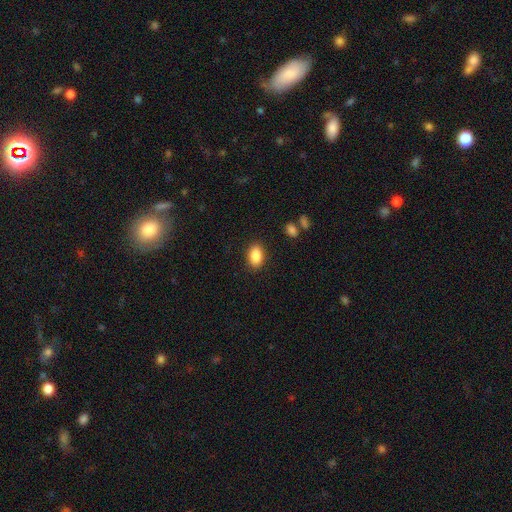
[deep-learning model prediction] smooth 88%, star or artifact 8%, featured or disk 4%. Down the decision tree: how rounded — in between (88%); merging — none (88%).